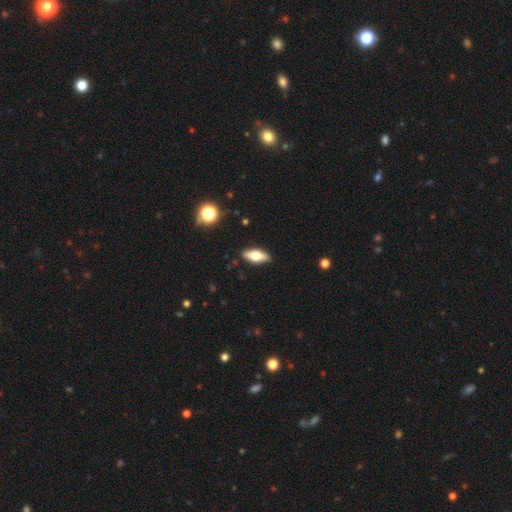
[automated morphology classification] A smooth galaxy with no disk features (58%) that is in between round and cigar-shaped (71%). Merging: none (88%).